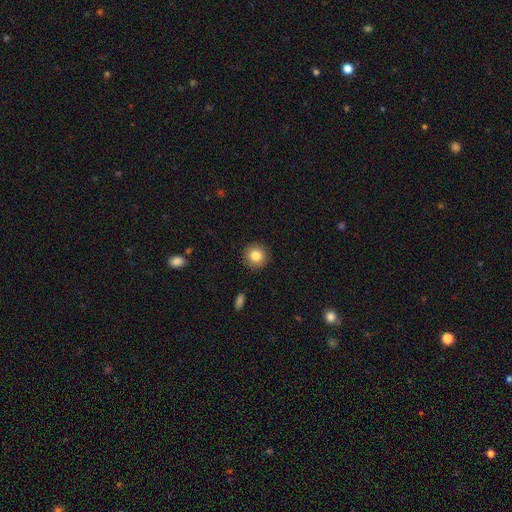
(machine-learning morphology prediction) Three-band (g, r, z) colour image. It shows a smooth galaxy with no disk features (83%) that is round (94%). Merging: none (92%).